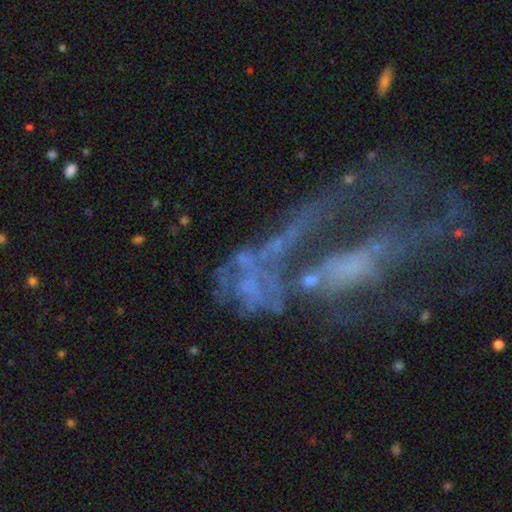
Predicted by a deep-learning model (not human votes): smooth_or_featured: featured or disk (p=0.61) [alt: star or artifact p=0.21]
disk_edge_on: no (p=0.93) [alt: yes p=0.07]
bar: no (p=0.80) [alt: weak p=0.12]
has_spiral_arms: no (p=0.71) [alt: yes p=0.29]
bulge_size: none (p=0.70) [alt: small p=0.14]
merging: major disturbance (p=0.41) [alt: merger p=0.32]